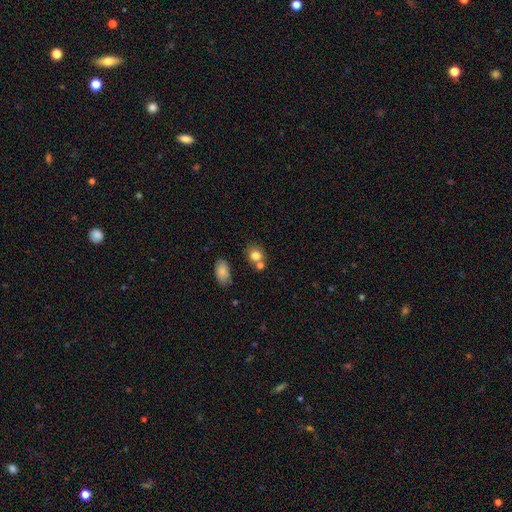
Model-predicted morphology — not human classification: This is likely a smooth galaxy (79%). How rounded: likely round (64%). Merging: possibly none (55%).